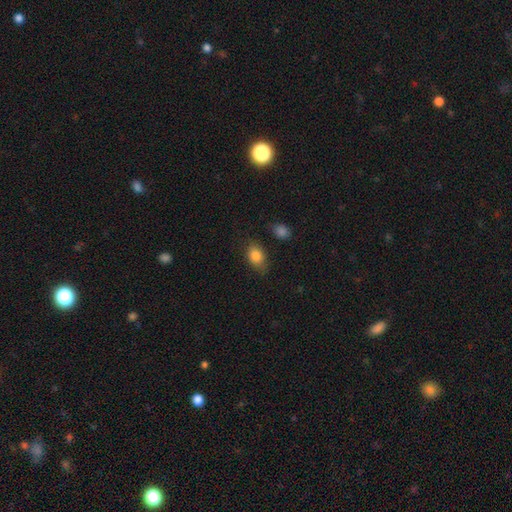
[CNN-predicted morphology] Smooth or featured? smooth (84%)
How rounded? in between (78%)
Merging? none (72%)